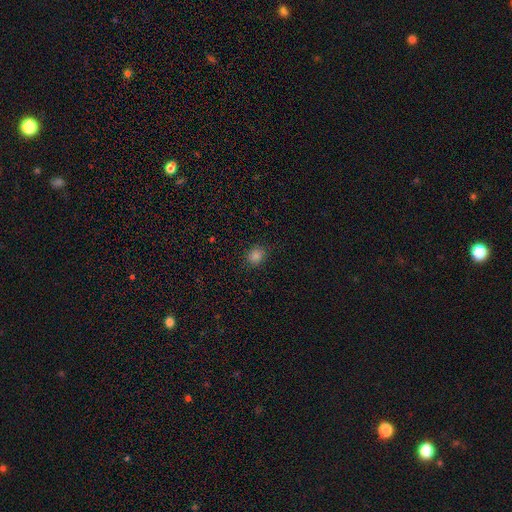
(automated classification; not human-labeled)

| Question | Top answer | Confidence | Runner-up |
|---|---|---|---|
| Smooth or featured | smooth | 82% | star or artifact (14%) |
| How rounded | round | 71% | in between (28%) |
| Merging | none | 88% | minor disturbance (9%) |